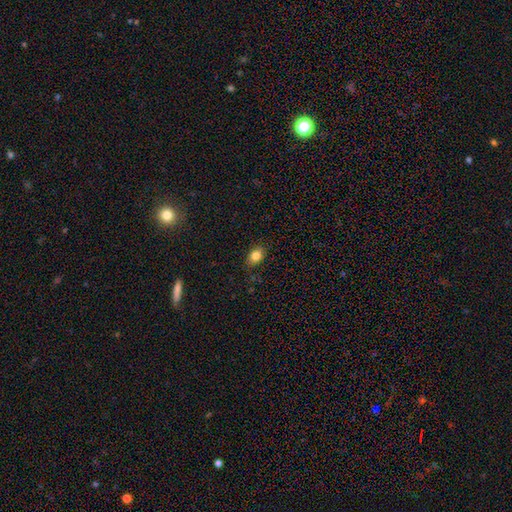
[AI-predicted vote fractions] Q: Smooth or featured?
A: smooth (83%); runner-up: star or artifact (10%)
Q: How rounded?
A: in between (73%); runner-up: round (26%)
Q: Merging?
A: none (84%); runner-up: minor disturbance (12%)